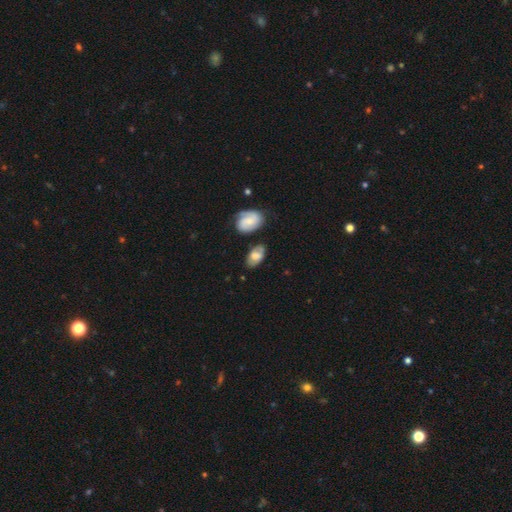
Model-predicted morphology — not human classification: This appears to be a smooth galaxy with no disk features (57%) that is in between round and cigar-shaped (90%). Merging: none (64%).